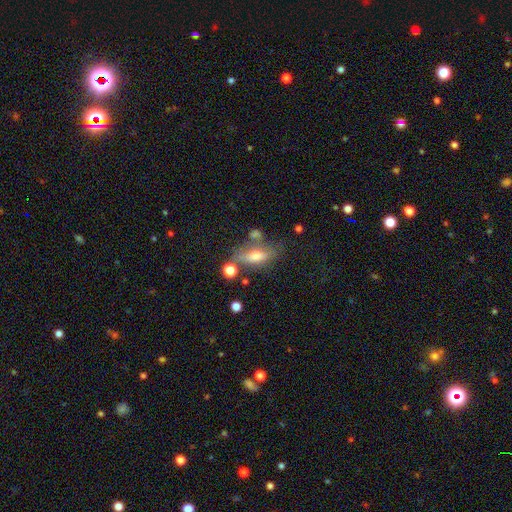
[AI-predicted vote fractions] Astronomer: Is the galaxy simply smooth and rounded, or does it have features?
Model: smooth — 54% (runner-up: featured or disk, 37%).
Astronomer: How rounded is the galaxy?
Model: in between — 63%.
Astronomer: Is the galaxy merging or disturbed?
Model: none — 57%.